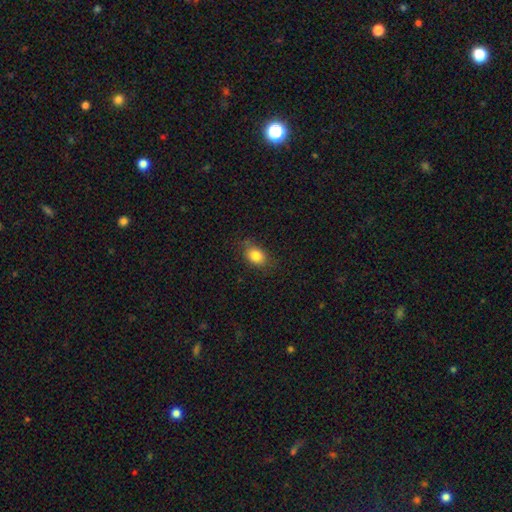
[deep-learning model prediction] Smooth or featured: smooth — 84% (star or artifact — 9%)
How rounded: in between — 69% (round — 29%)
Merging: none — 78% (minor disturbance — 17%)